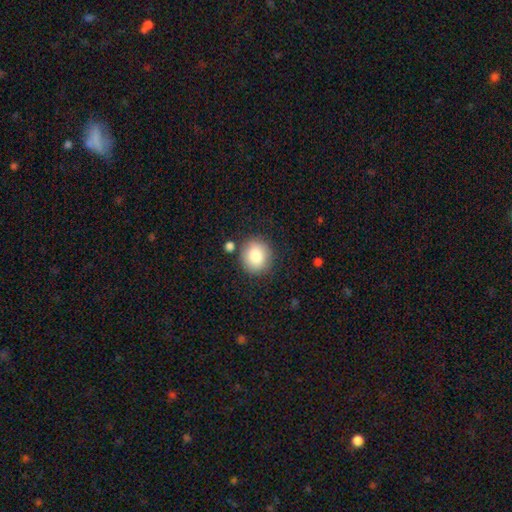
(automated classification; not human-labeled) Smooth or featured: smooth — 85% (star or artifact — 8%)
How rounded: round — 85% (in between — 14%)
Merging: none — 82% (minor disturbance — 10%)